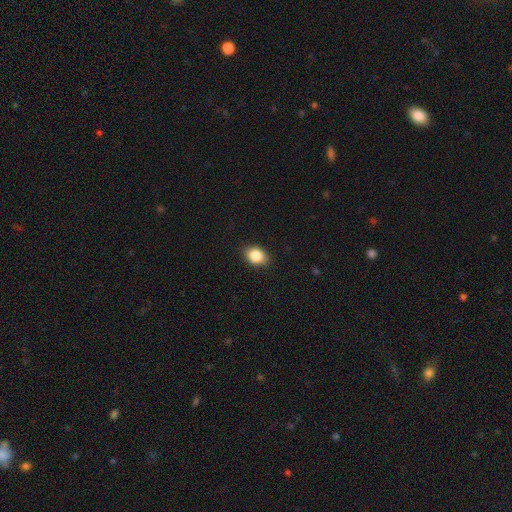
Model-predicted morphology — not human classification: Overall: smooth (86%). How rounded: in between (66%; round 33%). Merging: none (86%).